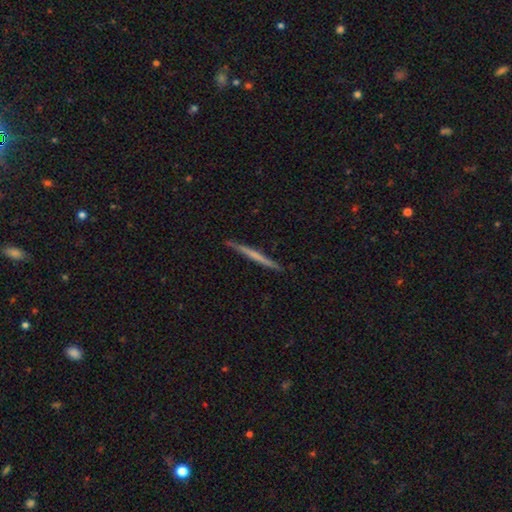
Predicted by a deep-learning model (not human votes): This is possibly a featured or disk galaxy (49%). Merging: clearly none (90%).